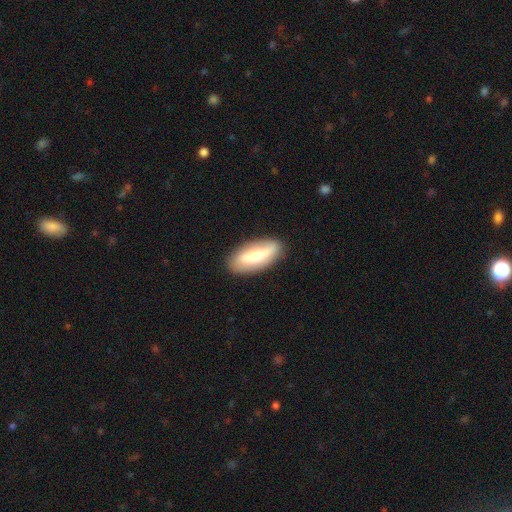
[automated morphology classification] A smooth galaxy with no disk features (59%) that is in between round and cigar-shaped (72%). Merging: none (84%).